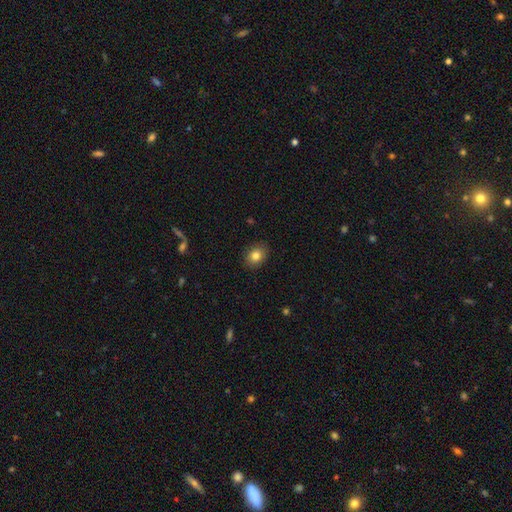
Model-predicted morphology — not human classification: The model was most divided on "how rounded": in between: 56%, round: 43%, cigar-shaped: 1%. More confident: merging — none (88%); smooth or featured — smooth (82%).